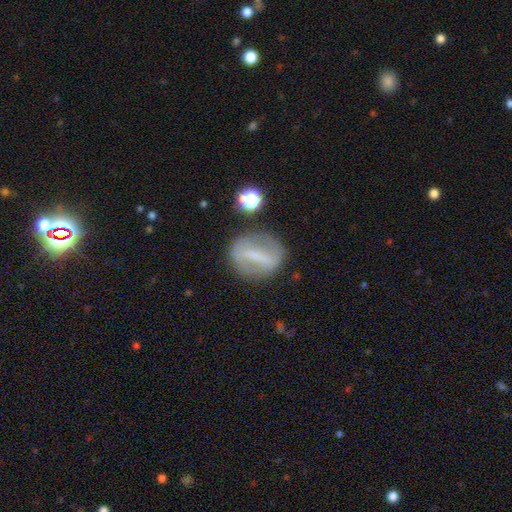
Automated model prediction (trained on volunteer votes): This is possibly a featured or disk galaxy (60%). It is clearly not viewed edge-on (86%). Bar: likely strong (73%). Spiral arm pattern: likely no (68%). Central bulge: possibly small (48%). Merging: likely none (79%).